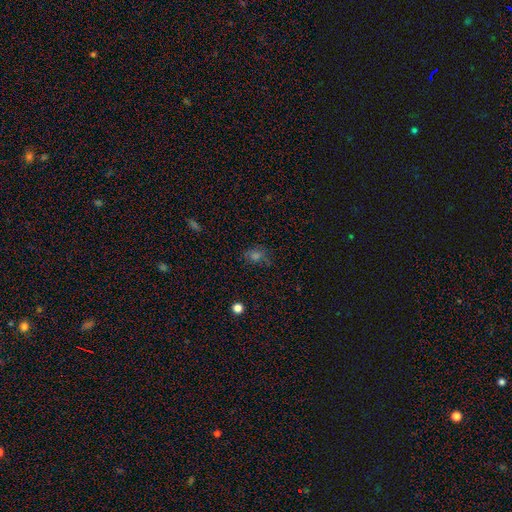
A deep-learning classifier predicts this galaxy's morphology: type=smooth (52%); roundness=round (51%); merging=none (67%).